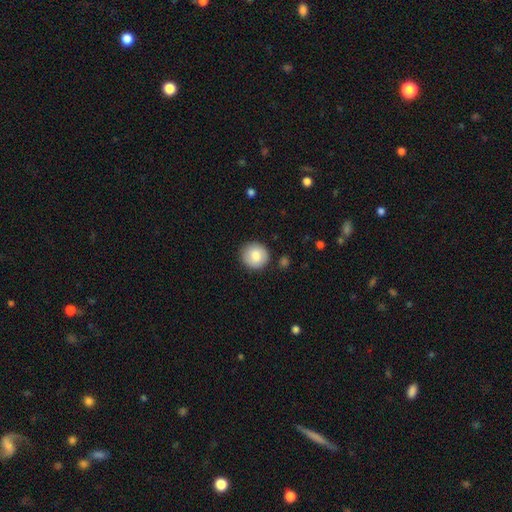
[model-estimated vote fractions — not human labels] Morphology: type=smooth (83%); roundness=round (90%); merging=none (87%).